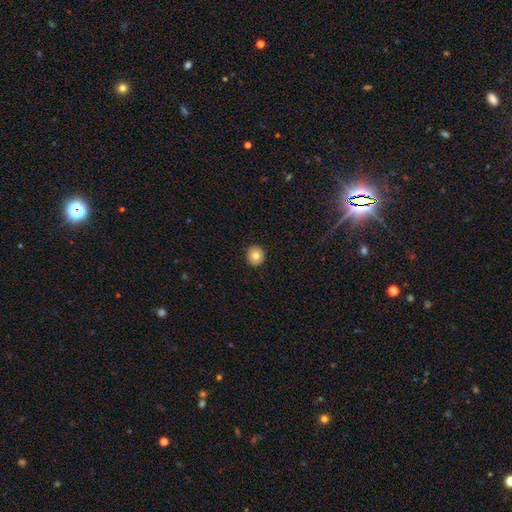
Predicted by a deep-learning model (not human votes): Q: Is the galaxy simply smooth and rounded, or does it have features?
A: smooth — 80%.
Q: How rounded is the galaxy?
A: round — 89%.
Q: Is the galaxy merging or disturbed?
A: none — 91%.